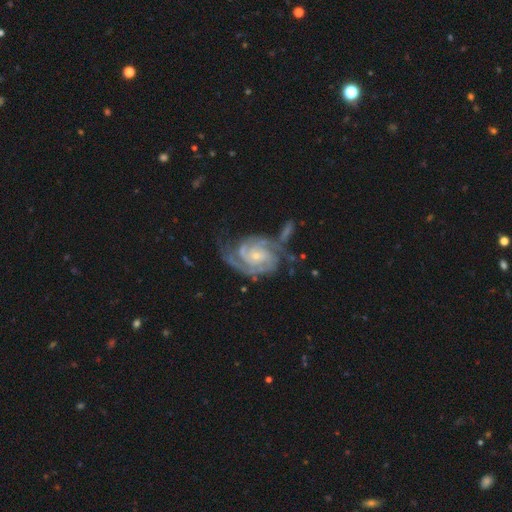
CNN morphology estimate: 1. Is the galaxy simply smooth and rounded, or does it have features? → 92% featured or disk, 4% star or artifact, 4% smooth.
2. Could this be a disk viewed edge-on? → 98% no, 2% yes.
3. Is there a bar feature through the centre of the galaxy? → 65% no, 27% weak, 8% strong.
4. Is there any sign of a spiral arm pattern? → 98% yes, 2% no.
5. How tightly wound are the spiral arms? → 66% tight, 29% medium, 5% loose.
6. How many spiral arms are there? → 53% 2, 23% 3, 10% can't tell, 6% 4, 4% 1, 4% more than 4.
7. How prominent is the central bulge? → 74% small, 23% moderate, 2% none, 1% large, 1% dominant.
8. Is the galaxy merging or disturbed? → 53% none, 21% minor disturbance, 13% major disturbance, 13% merger.